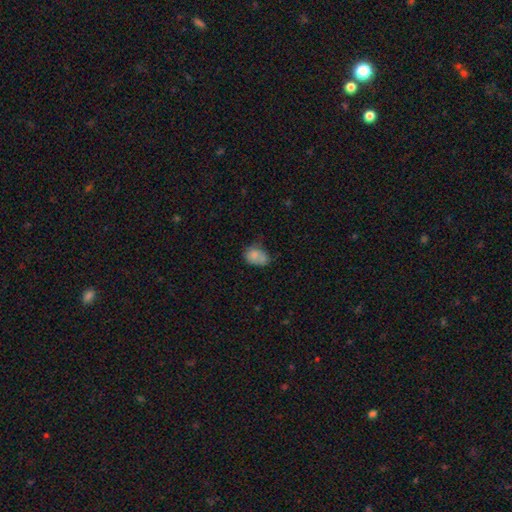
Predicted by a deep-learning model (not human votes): Smooth or featured?
  - smooth: 79% *
  - featured or disk: 12%
  - star or artifact: 9%
How rounded?
  - in between: 73% *
  - round: 25%
  - cigar-shaped: 1%
Merging?
  - none: 43% *
  - minor disturbance: 38%
  - major disturbance: 15%
  - merger: 5%